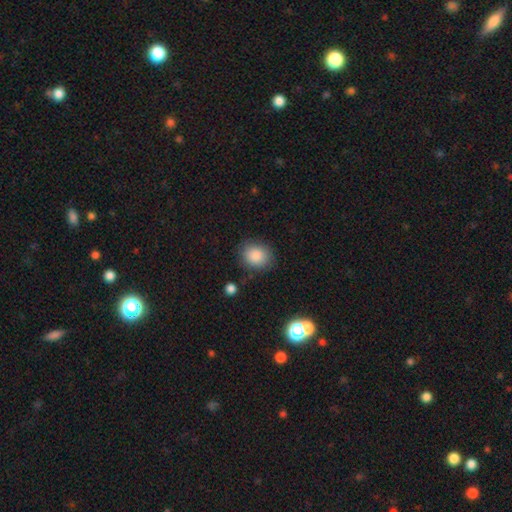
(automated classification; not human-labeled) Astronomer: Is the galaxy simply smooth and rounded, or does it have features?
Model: smooth — 86%.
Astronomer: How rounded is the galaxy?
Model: round — 64%.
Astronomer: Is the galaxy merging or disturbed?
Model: none — 82%.